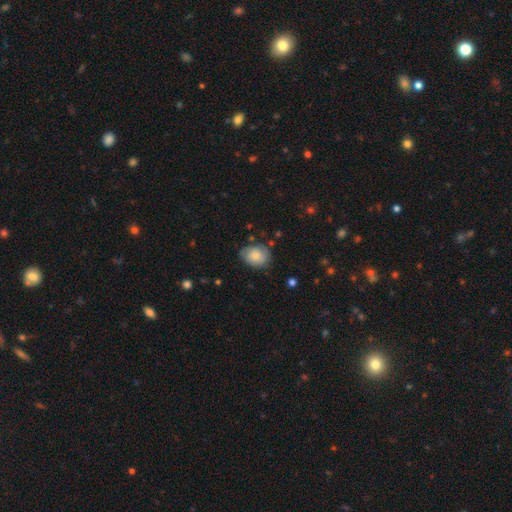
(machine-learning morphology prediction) This is likely a smooth galaxy (74%). How rounded: possibly in between (56%). Merging: likely none (69%).